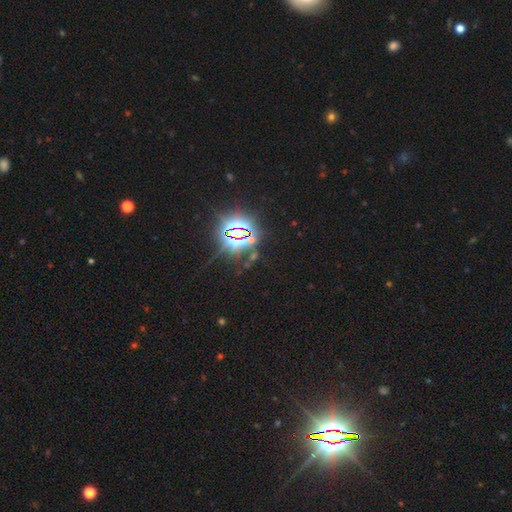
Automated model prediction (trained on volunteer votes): Q: Smooth or featured?
A: star or artifact (85%); runner-up: smooth (9%)